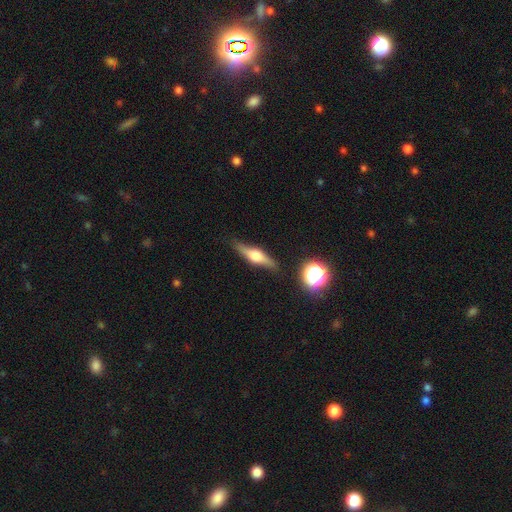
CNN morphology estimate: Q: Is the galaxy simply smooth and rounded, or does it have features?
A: featured or disk — 67%.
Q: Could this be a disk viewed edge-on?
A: yes — 93%.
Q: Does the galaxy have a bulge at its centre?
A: rounded — 90%.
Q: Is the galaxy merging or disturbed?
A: none — 82%.